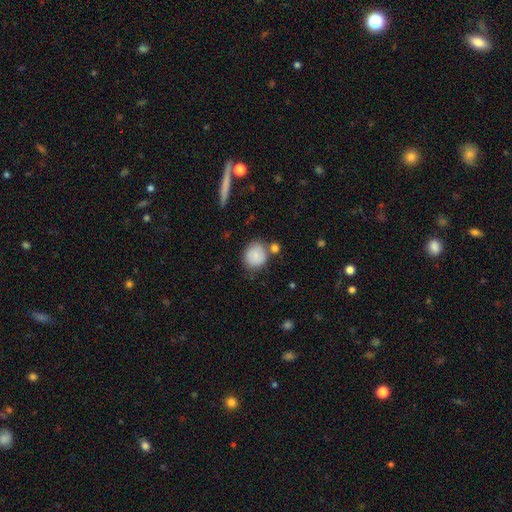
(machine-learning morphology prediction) A smooth galaxy with no disk features (81%) that is round (80%). Merging: none (67%).